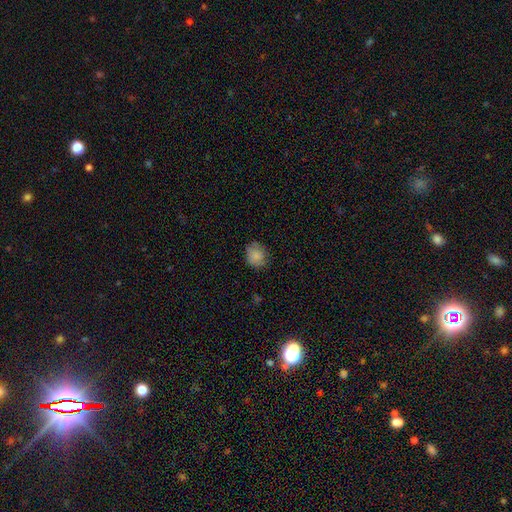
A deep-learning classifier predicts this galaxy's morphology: A smooth galaxy with no disk features (85%) that is round (76%).

Vote fractions:
- Smooth or featured? smooth: 85% / star or artifact: 8% / featured or disk: 7%
- How rounded? round: 76% / in between: 24% / cigar-shaped: 1%
- Merging? none: 76% / minor disturbance: 18% / major disturbance: 4% / merger: 1%